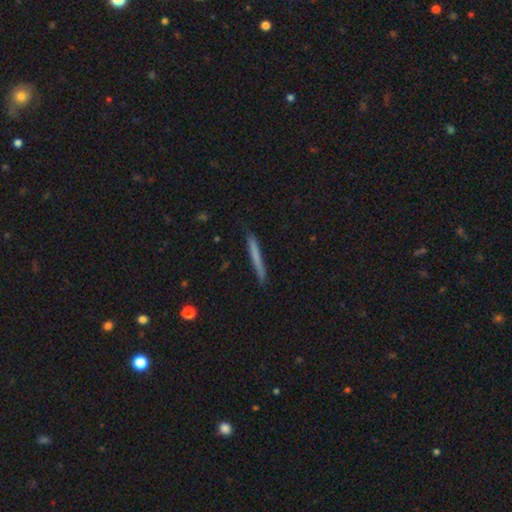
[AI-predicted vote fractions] This is likely a smooth galaxy (65%). How rounded: clearly cigar-shaped (97%). Merging: clearly none (87%).